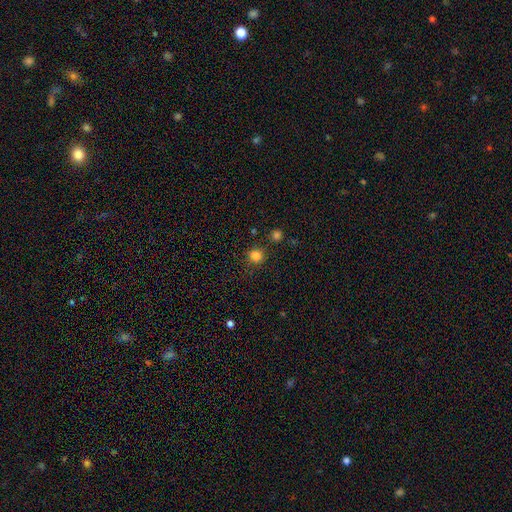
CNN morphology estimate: smooth-or-featured: smooth: 82% | star or artifact: 14% | featured or disk: 4%
  how-rounded: round: 90% | in between: 9% | cigar-shaped: 1%
  merging: none: 84% | minor disturbance: 9% | merger: 5% | major disturbance: 3%